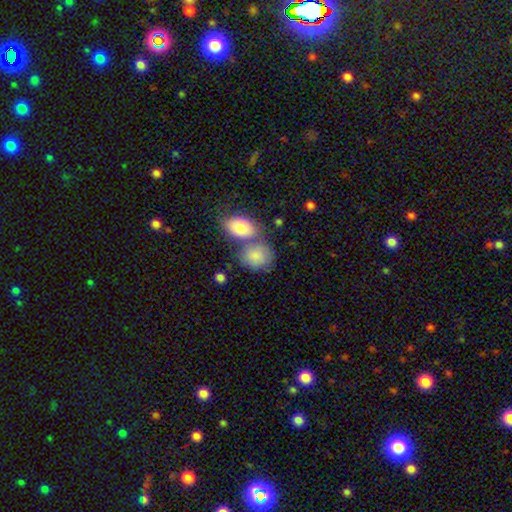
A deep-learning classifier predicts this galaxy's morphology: Q: Smooth or featured?
A: smooth (81%); runner-up: featured or disk (13%)
Q: How rounded?
A: round (51%); runner-up: in between (48%)
Q: Merging?
A: none (41%); runner-up: merger (38%)